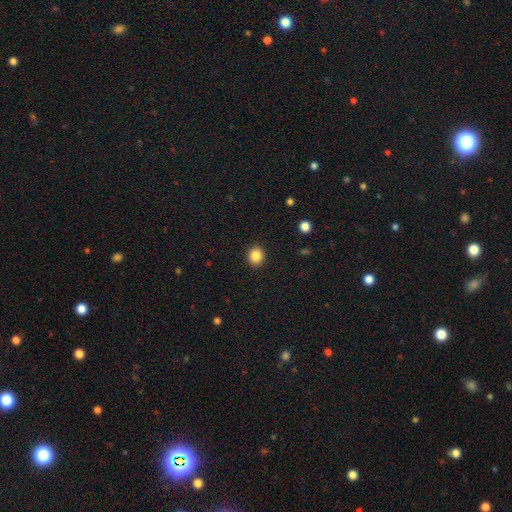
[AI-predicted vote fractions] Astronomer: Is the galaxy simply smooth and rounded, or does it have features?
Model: smooth — 85%.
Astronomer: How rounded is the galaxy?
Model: round — 77%.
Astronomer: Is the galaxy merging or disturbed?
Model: none — 92%.